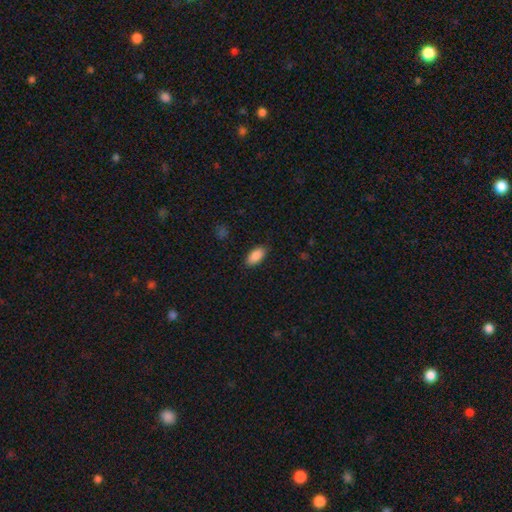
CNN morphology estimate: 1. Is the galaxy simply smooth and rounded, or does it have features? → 89% smooth, 7% star or artifact, 4% featured or disk.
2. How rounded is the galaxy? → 91% in between, 7% cigar-shaped, 2% round.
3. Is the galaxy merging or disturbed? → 87% none, 10% minor disturbance, 2% major disturbance, 1% merger.